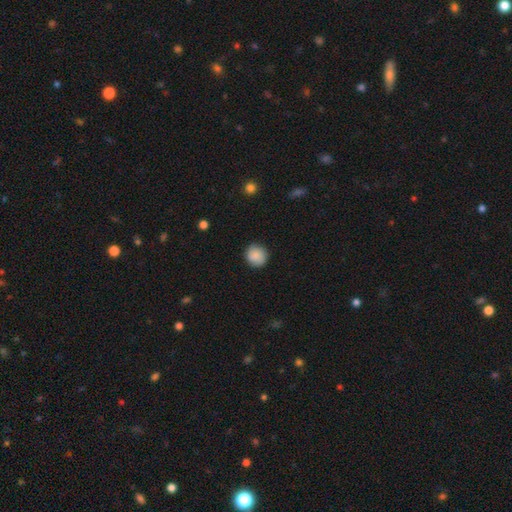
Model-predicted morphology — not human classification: smooth_or_featured: smooth (p=0.88) [alt: star or artifact p=0.08]
how_rounded: round (p=0.90) [alt: in between p=0.09]
merging: none (p=0.87) [alt: minor disturbance p=0.09]